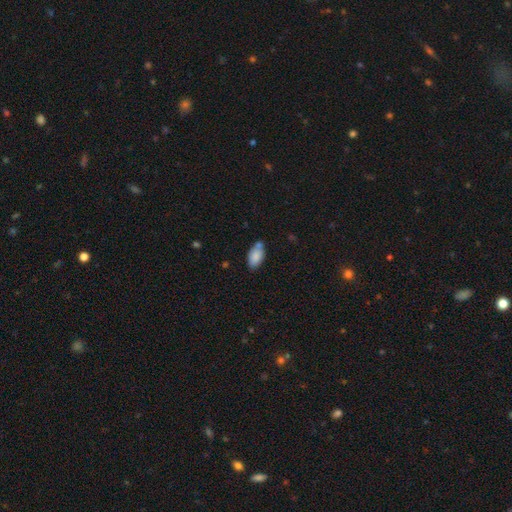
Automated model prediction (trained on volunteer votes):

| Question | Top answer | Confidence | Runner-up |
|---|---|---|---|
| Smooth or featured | smooth | 85% | featured or disk (8%) |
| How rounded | in between | 94% | round (3%) |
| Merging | none | 60% | minor disturbance (21%) |